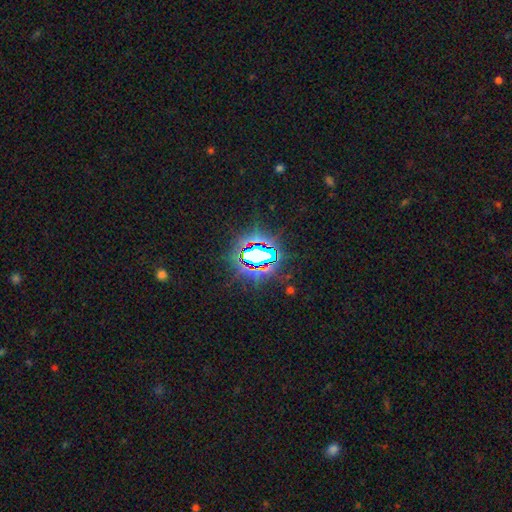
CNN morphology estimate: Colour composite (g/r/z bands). It shows a star or artifact, not a galaxy (75%).